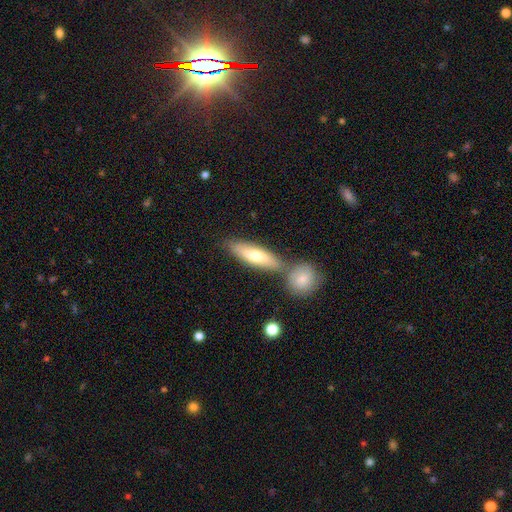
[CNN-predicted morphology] The model was most divided on "how rounded": cigar-shaped: 53%, in between: 44%, round: 3%. More confident: smooth or featured — smooth (65%); merging — none (64%).